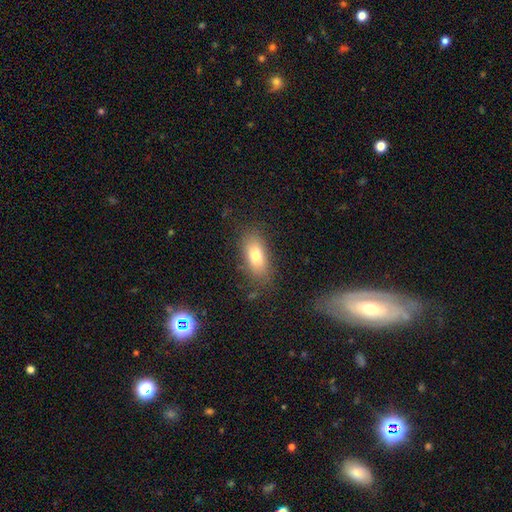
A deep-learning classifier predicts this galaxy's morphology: A smooth galaxy with no disk features (75%) that is in between round and cigar-shaped (82%). Merging: none (79%).